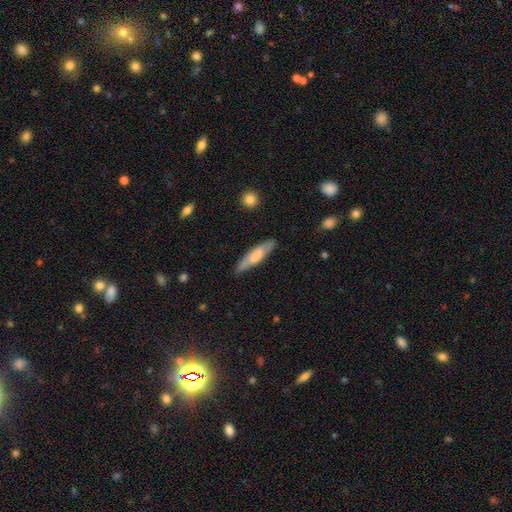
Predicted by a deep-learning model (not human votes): Smooth or featured: smooth — 55% (featured or disk — 40%)
How rounded: cigar-shaped — 71% (in between — 28%)
Merging: none — 82% (minor disturbance — 14%)